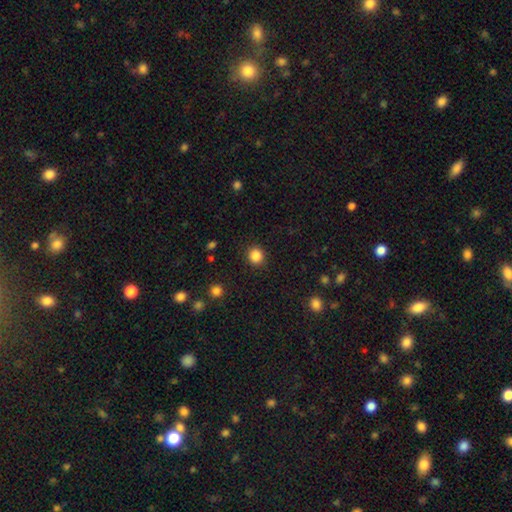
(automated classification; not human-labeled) This appears to be a smooth galaxy with no disk features (86%) that is round (88%). Merging: none (91%).